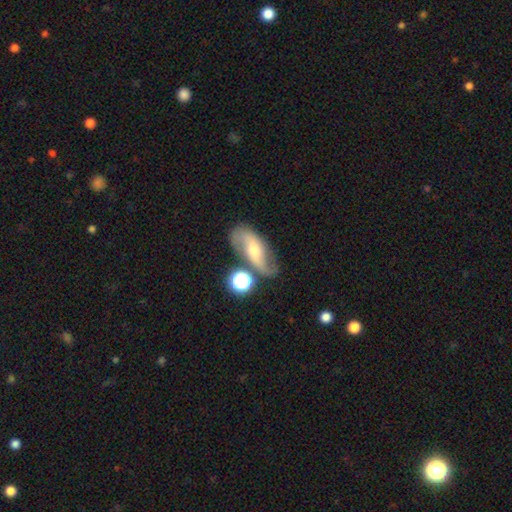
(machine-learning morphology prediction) Overall: featured or disk (71%). Edge-on disk: no (91%). Bar: no (44%; weak 34%). Spiral arms: yes (88%). Spiral arm count: 2 (86%). Spiral winding: loose (50%; medium 34%). Bulge size: moderate (56%; small 36%). Merging: none (63%).